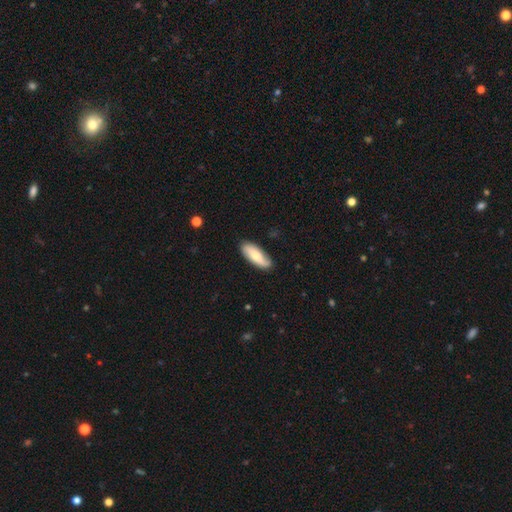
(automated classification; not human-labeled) Smooth or featured? Predicted: smooth (p=0.58). How rounded? Predicted: in between (p=0.69). Merging? Predicted: none (p=0.81).